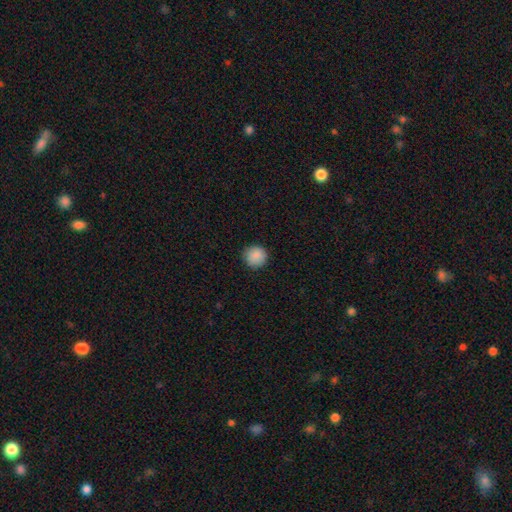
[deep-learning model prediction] Smooth or featured?
  - smooth: 89% *
  - star or artifact: 8%
  - featured or disk: 3%
How rounded?
  - round: 94% *
  - in between: 5%
  - cigar-shaped: 1%
Merging?
  - none: 89% *
  - minor disturbance: 8%
  - major disturbance: 2%
  - merger: 1%